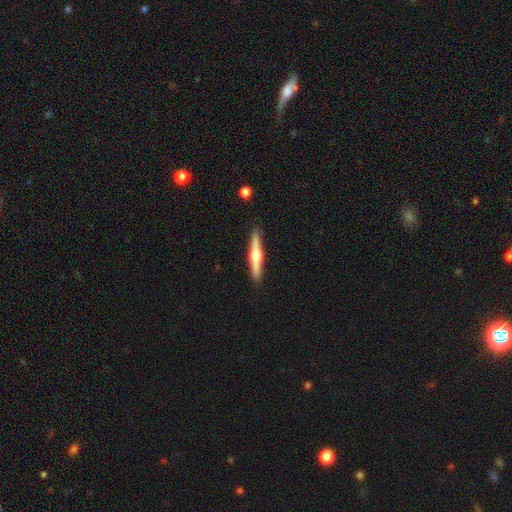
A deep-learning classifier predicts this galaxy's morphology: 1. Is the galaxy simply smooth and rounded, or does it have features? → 61% featured or disk, 34% smooth, 5% star or artifact.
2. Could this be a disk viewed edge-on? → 97% yes, 3% no.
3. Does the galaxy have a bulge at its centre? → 91% rounded, 5% none, 4% boxy.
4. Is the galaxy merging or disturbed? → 91% none, 7% minor disturbance, 1% major disturbance, 1% merger.